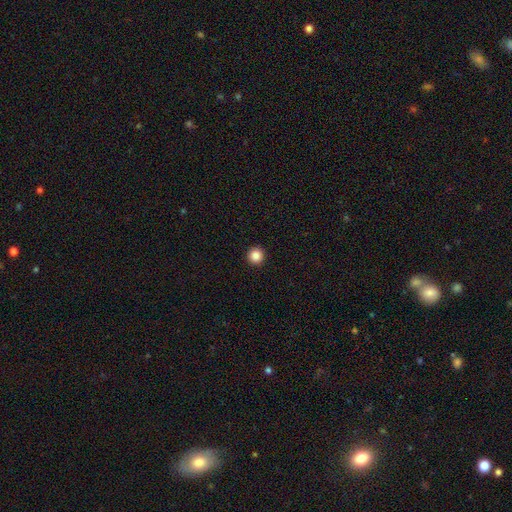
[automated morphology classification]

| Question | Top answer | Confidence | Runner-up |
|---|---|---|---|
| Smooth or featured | smooth | 86% | star or artifact (10%) |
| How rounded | round | 96% | in between (3%) |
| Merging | none | 94% | minor disturbance (4%) |